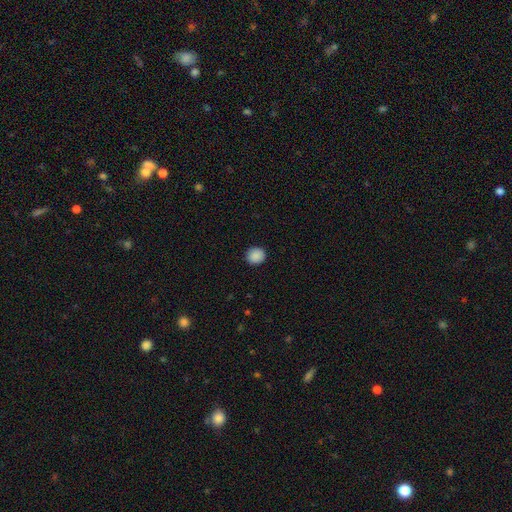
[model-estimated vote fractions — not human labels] smooth_or_featured: smooth (p=0.89) [alt: star or artifact p=0.08]
how_rounded: round (p=0.88) [alt: in between p=0.11]
merging: none (p=0.91) [alt: minor disturbance p=0.06]